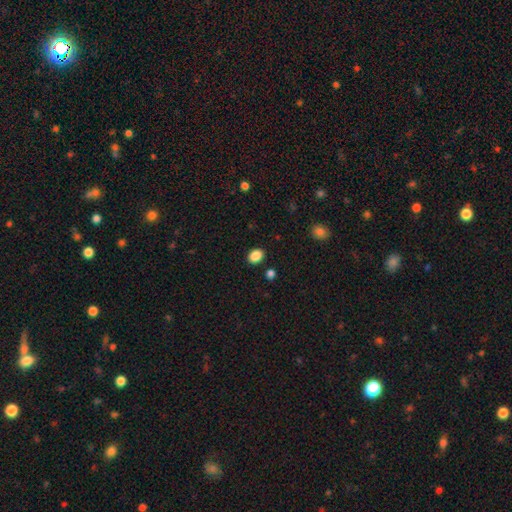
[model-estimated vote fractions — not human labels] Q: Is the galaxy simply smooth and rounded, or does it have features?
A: smooth — 88%.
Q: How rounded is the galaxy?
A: in between — 66%.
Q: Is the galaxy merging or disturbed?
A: none — 87%.